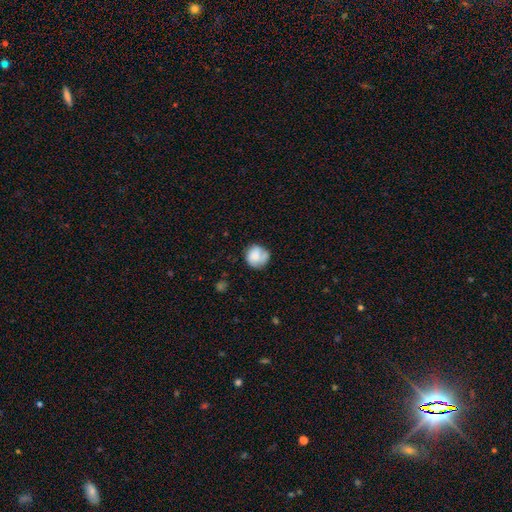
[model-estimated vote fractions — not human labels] This appears to be a smooth galaxy with no disk features (75%) that is round (86%). Merging: none (59%).